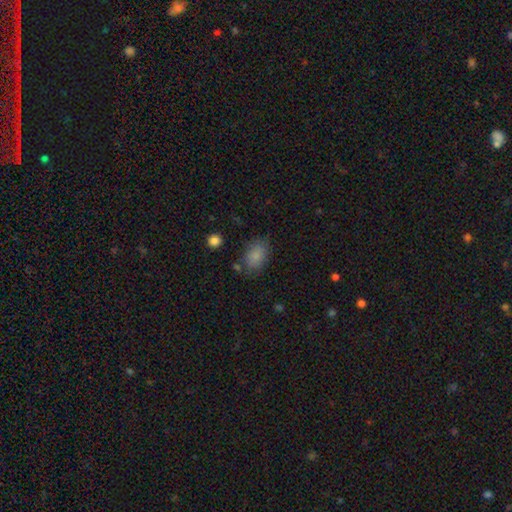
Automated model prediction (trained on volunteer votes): Smooth or featured? Predicted: smooth (p=0.85). How rounded? Predicted: in between (p=0.85). Merging? Predicted: none (p=0.73).